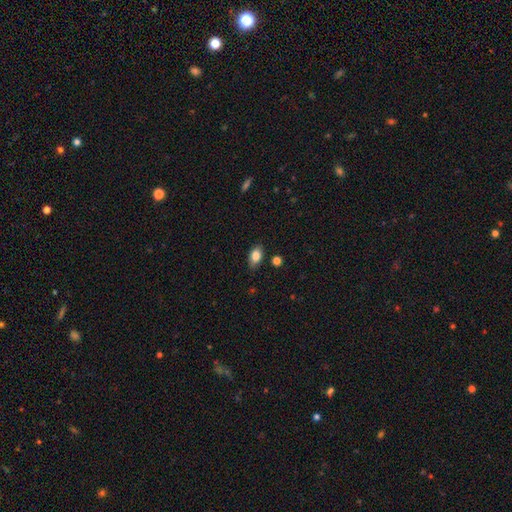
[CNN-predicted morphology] type=smooth (83%); roundness=in between (89%); merging=none (82%).